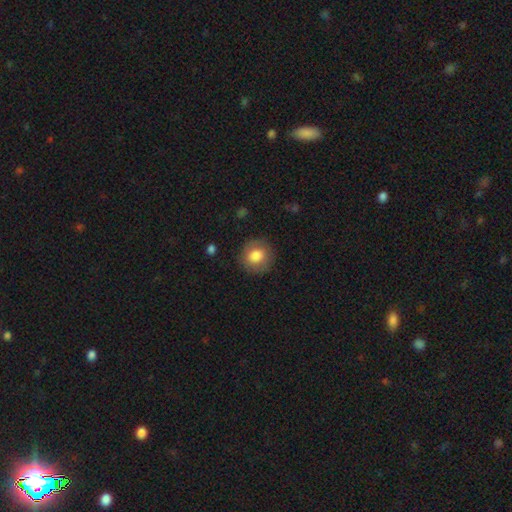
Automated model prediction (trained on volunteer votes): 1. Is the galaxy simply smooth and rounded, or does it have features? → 79% smooth, 13% featured or disk, 8% star or artifact.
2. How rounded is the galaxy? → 87% round, 12% in between, 1% cigar-shaped.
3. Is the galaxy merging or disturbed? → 86% none, 10% minor disturbance, 3% major disturbance, 1% merger.